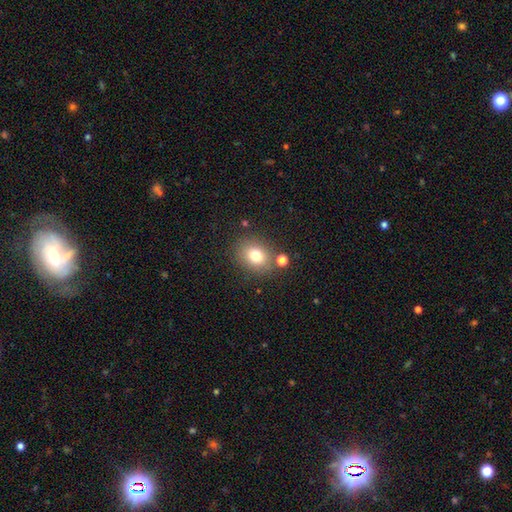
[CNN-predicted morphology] smooth_or_featured: smooth (p=0.76) [alt: star or artifact p=0.13]
how_rounded: round (p=0.55) [alt: in between p=0.44]
merging: none (p=0.78) [alt: minor disturbance p=0.11]